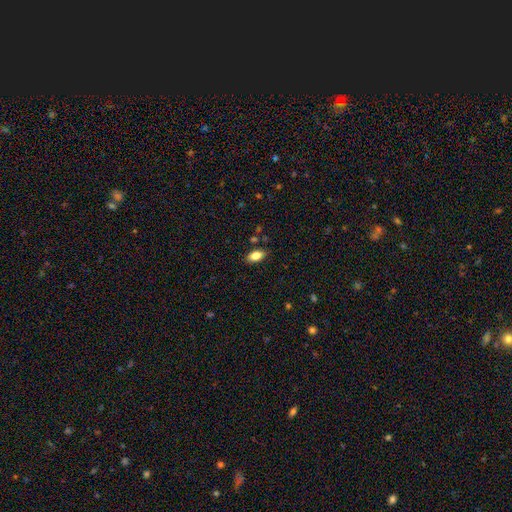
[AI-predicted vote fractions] Smooth or featured? smooth (80%)
How rounded? in between (90%)
Merging? none (85%)